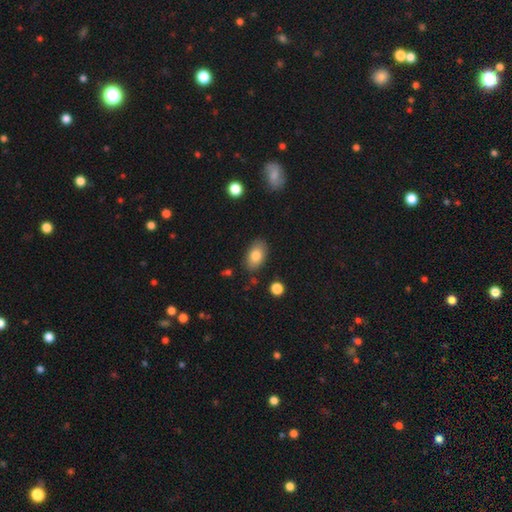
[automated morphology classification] smooth 81%, featured or disk 12%, star or artifact 7%. Down the decision tree: how rounded — in between (91%); merging — none (84%).